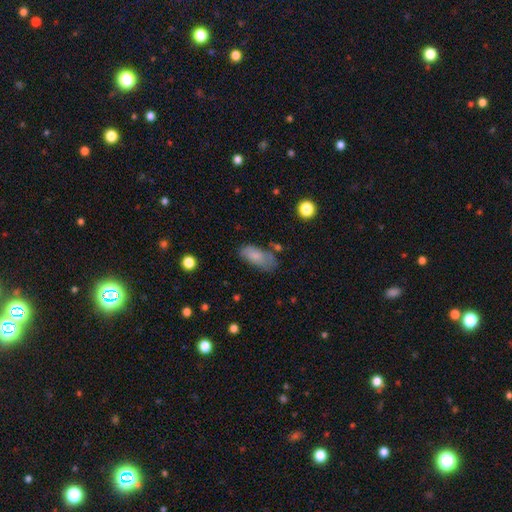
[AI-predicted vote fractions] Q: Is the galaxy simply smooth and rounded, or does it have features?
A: smooth — 73%.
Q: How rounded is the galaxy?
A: in between — 89%.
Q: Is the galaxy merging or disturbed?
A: none — 57%.